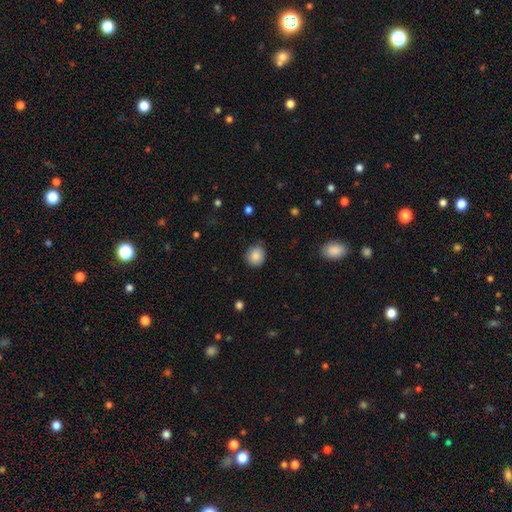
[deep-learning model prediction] Overall: smooth (87%). How rounded: round (82%). Merging: none (78%).